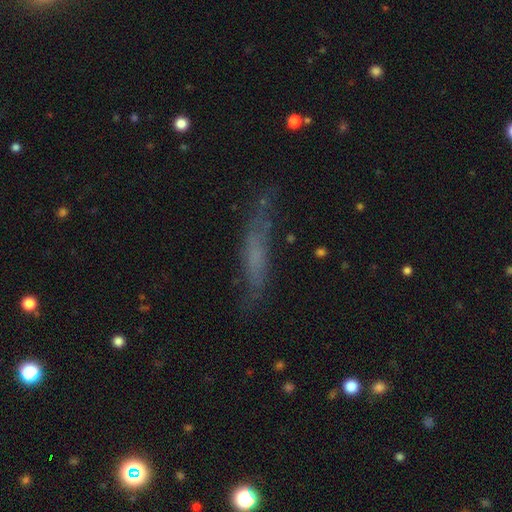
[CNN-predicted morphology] smooth_or_featured: smooth (p=0.47) [alt: featured or disk p=0.39]
merging: none (p=0.64) [alt: minor disturbance p=0.23]